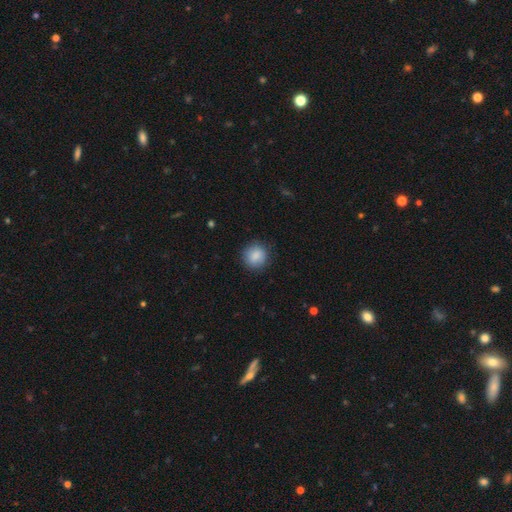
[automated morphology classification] Q: Smooth or featured?
A: smooth (87%); runner-up: star or artifact (8%)
Q: How rounded?
A: round (91%); runner-up: in between (8%)
Q: Merging?
A: none (87%); runner-up: minor disturbance (10%)